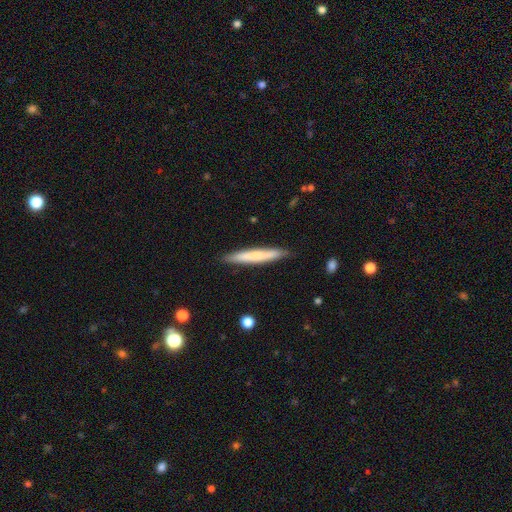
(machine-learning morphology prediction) The model was most divided on "smooth or featured": smooth: 65%, featured or disk: 29%, star or artifact: 6%. More confident: how rounded — cigar-shaped (95%); merging — none (89%).